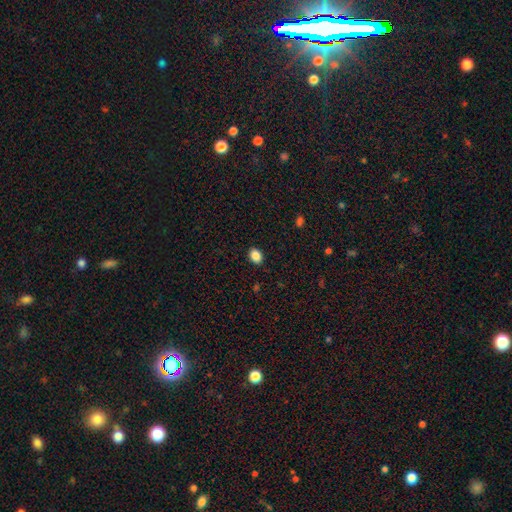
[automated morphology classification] Q: Smooth or featured?
A: smooth (87%); runner-up: star or artifact (9%)
Q: How rounded?
A: in between (65%); runner-up: round (34%)
Q: Merging?
A: none (90%); runner-up: minor disturbance (7%)